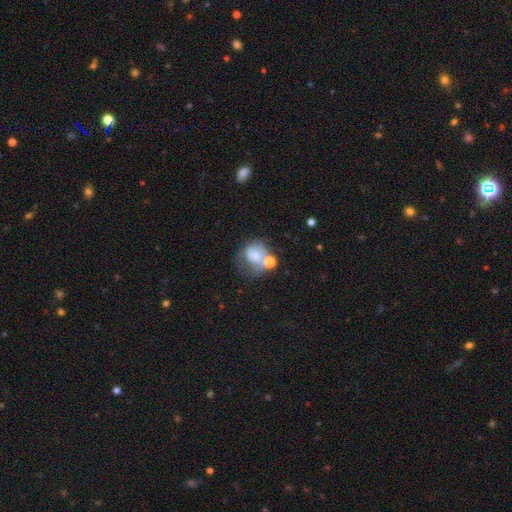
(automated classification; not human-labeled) smooth 60%, featured or disk 28%, star or artifact 12%. Down the decision tree: how rounded — round (61%); merging — merger (28%).